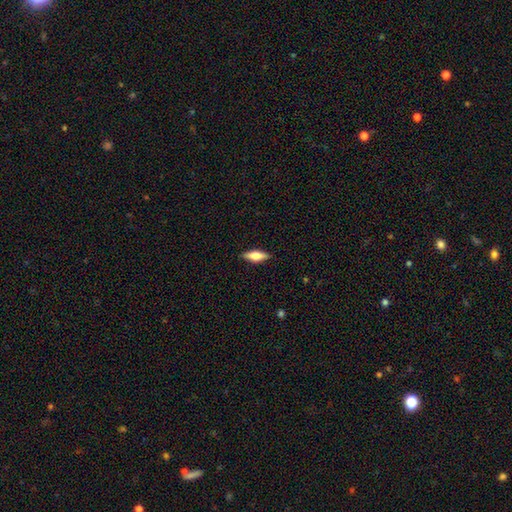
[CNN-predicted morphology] Smooth or featured?
  - smooth: 57% *
  - featured or disk: 36%
  - star or artifact: 7%
How rounded?
  - in between: 55% *
  - cigar-shaped: 42%
  - round: 3%
Merging?
  - none: 87% *
  - minor disturbance: 9%
  - major disturbance: 2%
  - merger: 1%